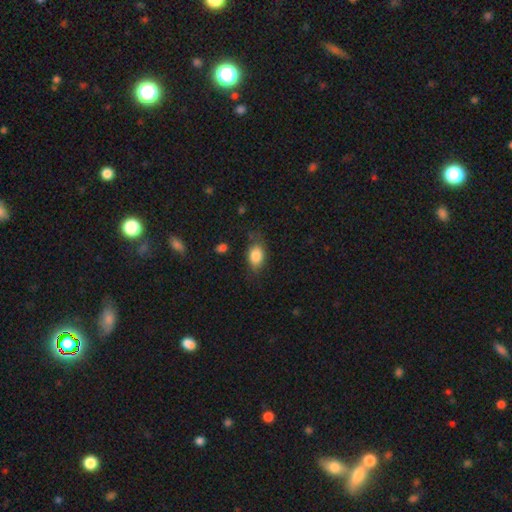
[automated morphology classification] type=smooth (84%); roundness=in between (82%); merging=none (69%).